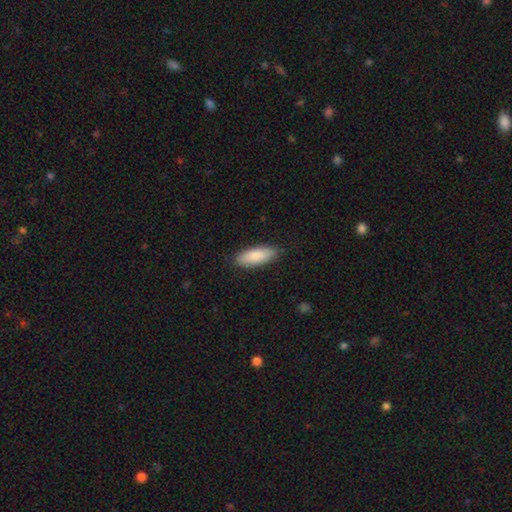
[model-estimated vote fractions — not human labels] The model was most divided on "how rounded": in between: 65%, cigar-shaped: 33%, round: 2%. More confident: merging — none (88%); smooth or featured — smooth (86%).